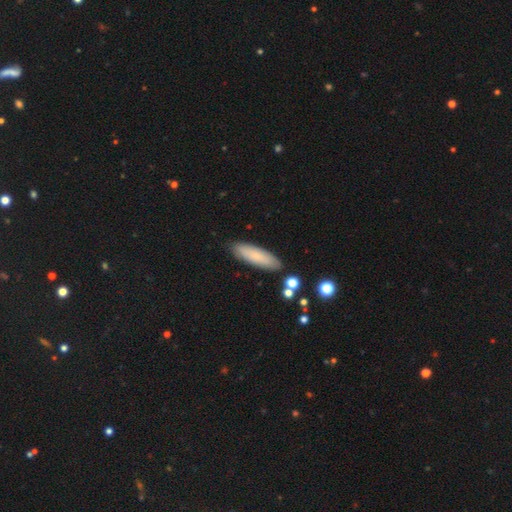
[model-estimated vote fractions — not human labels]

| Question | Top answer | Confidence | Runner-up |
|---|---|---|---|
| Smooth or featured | smooth | 79% | featured or disk (14%) |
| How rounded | cigar-shaped | 58% | in between (40%) |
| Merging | none | 85% | minor disturbance (10%) |